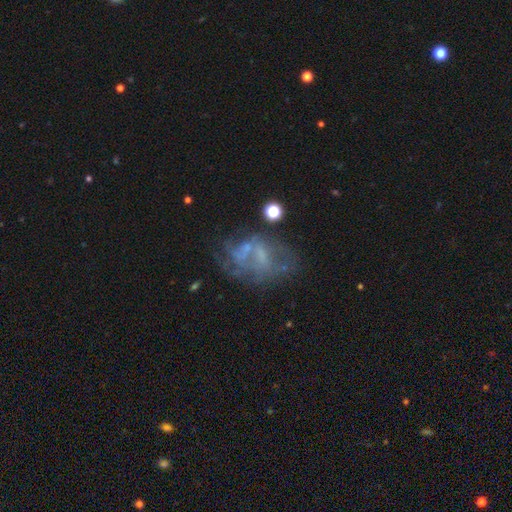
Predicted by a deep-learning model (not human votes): Morphology: type=featured or disk (60%); edge-on=no (97%); bar=no (67%); spiral arms=no (65%); bulge=none (57%); merging=none (41%).